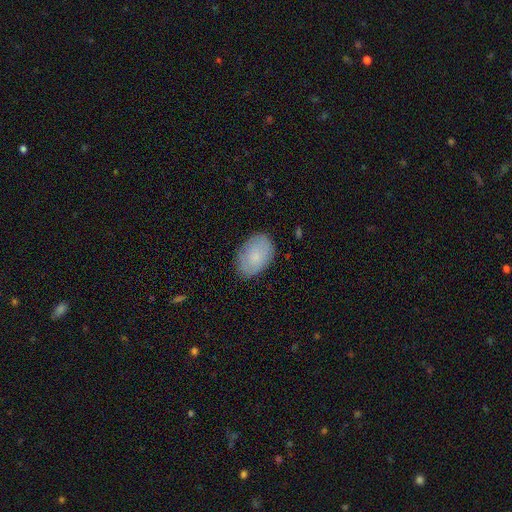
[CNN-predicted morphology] Overall: smooth (70%). How rounded: in between (85%). Merging: none (82%).